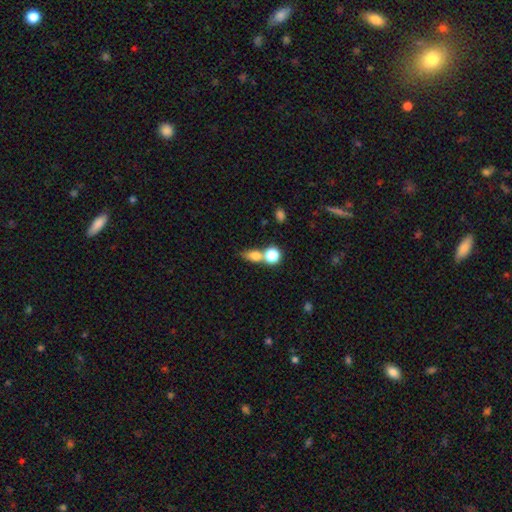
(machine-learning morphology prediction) smooth 73%, star or artifact 14%, featured or disk 13%. Down the decision tree: how rounded — in between (48%); merging — merger (44%).